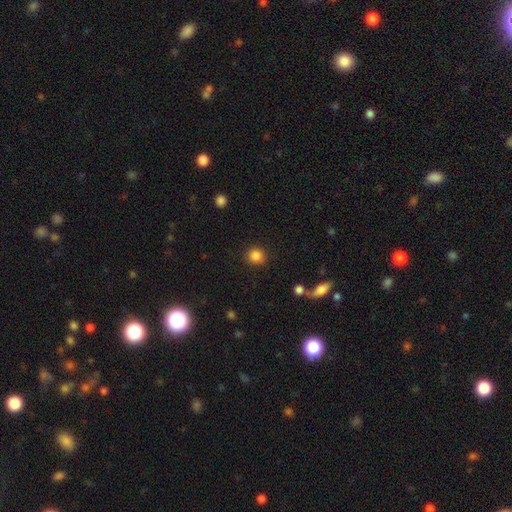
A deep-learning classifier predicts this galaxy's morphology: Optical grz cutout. It shows a smooth galaxy with no disk features (86%) that is round (90%). Merging: none (88%).